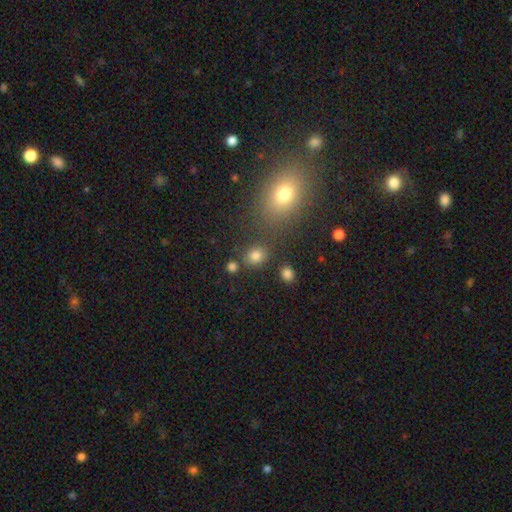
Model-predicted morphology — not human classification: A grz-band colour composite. It shows a smooth galaxy with no disk features (79%) that is round (67%). Merging: none (76%).